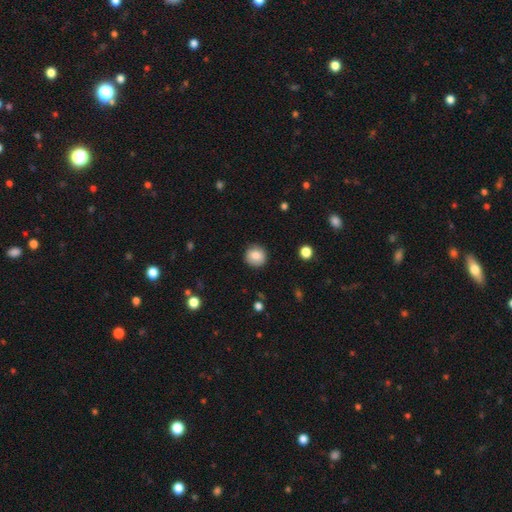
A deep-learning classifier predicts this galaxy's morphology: Smooth or featured?
  - smooth: 85% *
  - star or artifact: 9%
  - featured or disk: 6%
How rounded?
  - round: 93% *
  - in between: 6%
  - cigar-shaped: 1%
Merging?
  - none: 90% *
  - minor disturbance: 7%
  - major disturbance: 2%
  - merger: 1%